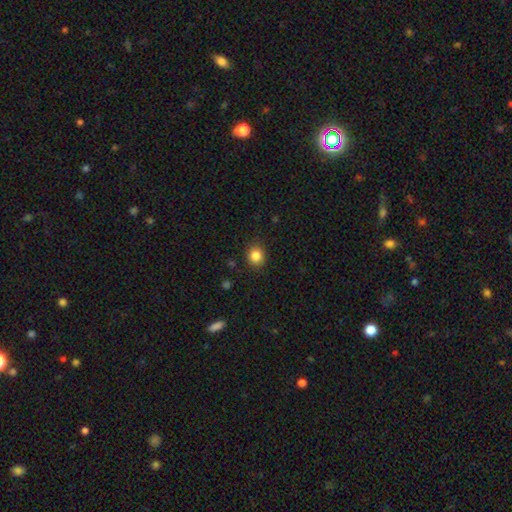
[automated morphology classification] Overall: smooth (84%). How rounded: round (78%). Merging: none (88%).